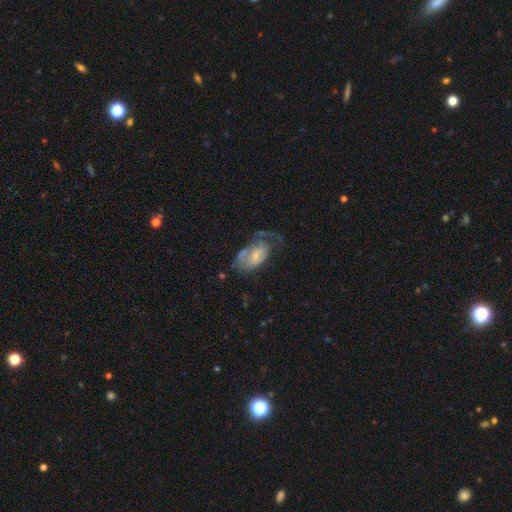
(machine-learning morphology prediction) type=featured or disk (55%); edge-on=no (95%); bar=no (61%); spiral arms=yes (61%); bulge=small (58%); merging=major disturbance (44%).